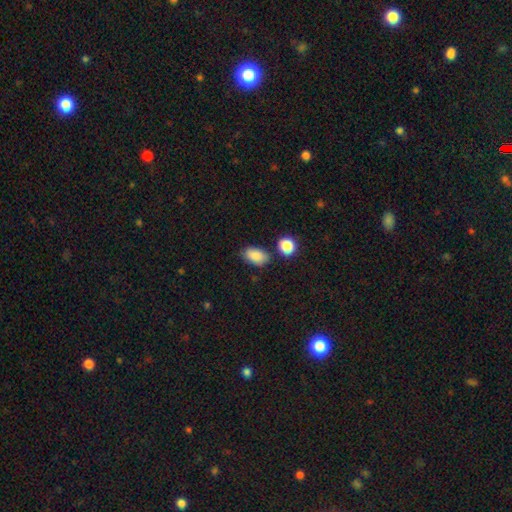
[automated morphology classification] Smooth or featured?
  - smooth: 87% *
  - star or artifact: 8%
  - featured or disk: 6%
How rounded?
  - in between: 90% *
  - round: 9%
  - cigar-shaped: 2%
Merging?
  - none: 76% *
  - minor disturbance: 15%
  - merger: 6%
  - major disturbance: 3%